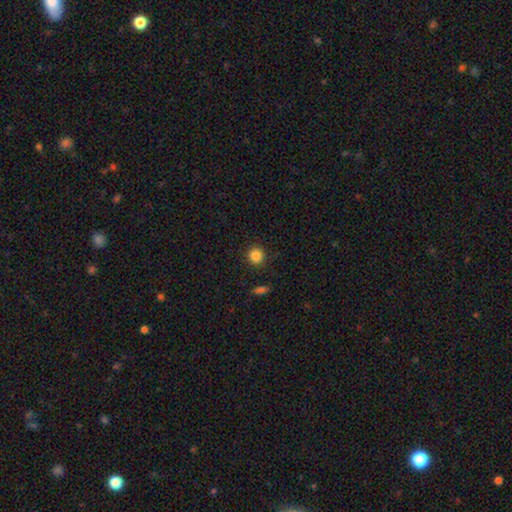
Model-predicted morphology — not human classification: Overall: smooth (85%). How rounded: round (93%). Merging: none (91%).